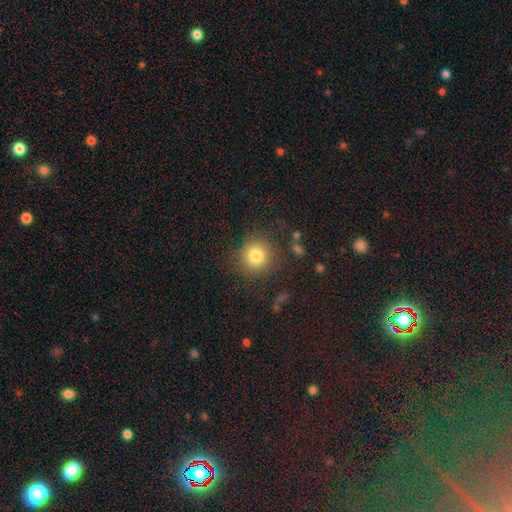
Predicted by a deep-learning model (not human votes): Q: Smooth or featured?
A: smooth (80%); runner-up: star or artifact (12%)
Q: How rounded?
A: round (90%); runner-up: in between (9%)
Q: Merging?
A: none (83%); runner-up: minor disturbance (10%)